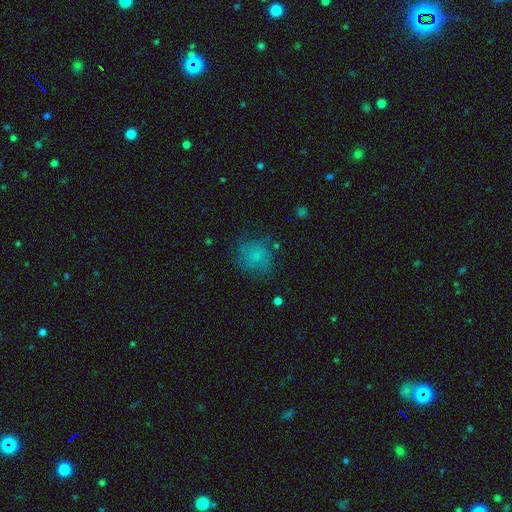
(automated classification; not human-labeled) A smooth galaxy with no disk features (70%) that is round (76%).

Vote fractions:
- Smooth or featured? smooth: 70% / featured or disk: 17% / star or artifact: 13%
- How rounded? round: 76% / in between: 23% / cigar-shaped: 1%
- Merging? none: 66% / minor disturbance: 21% / major disturbance: 11% / merger: 2%